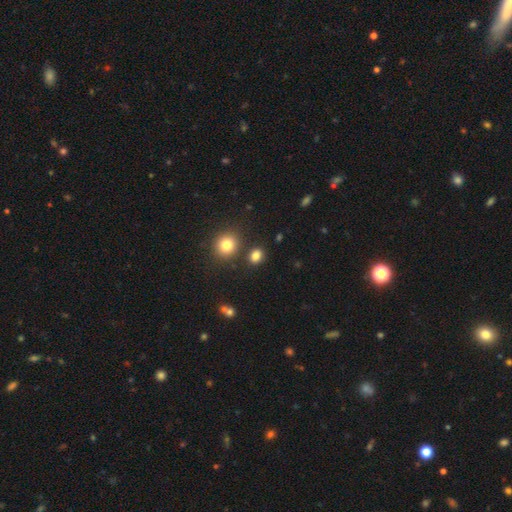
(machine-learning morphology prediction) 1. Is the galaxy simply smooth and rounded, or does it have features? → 82% smooth, 13% star or artifact, 5% featured or disk.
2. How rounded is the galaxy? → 53% round, 46% in between, 1% cigar-shaped.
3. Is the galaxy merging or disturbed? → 82% none, 9% minor disturbance, 7% merger, 3% major disturbance.